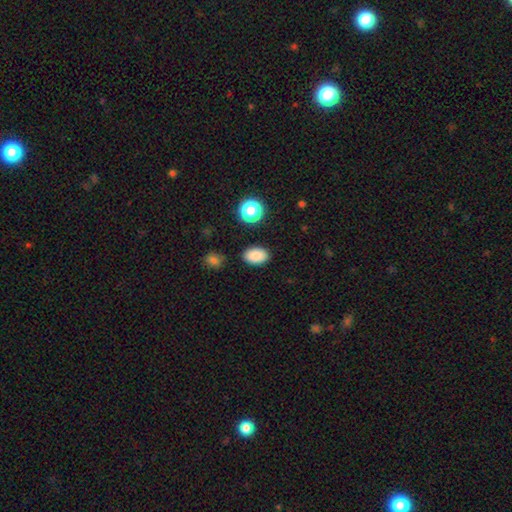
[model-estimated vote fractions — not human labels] Smooth or featured? smooth (86%)
How rounded? in between (86%)
Merging? none (86%)